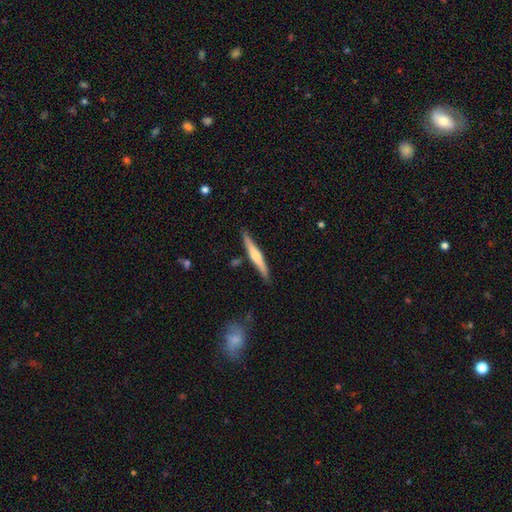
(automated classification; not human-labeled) Smooth or featured?
  - featured or disk: 49% *
  - smooth: 45%
  - star or artifact: 6%
Merging?
  - none: 85% *
  - minor disturbance: 10%
  - merger: 3%
  - major disturbance: 2%